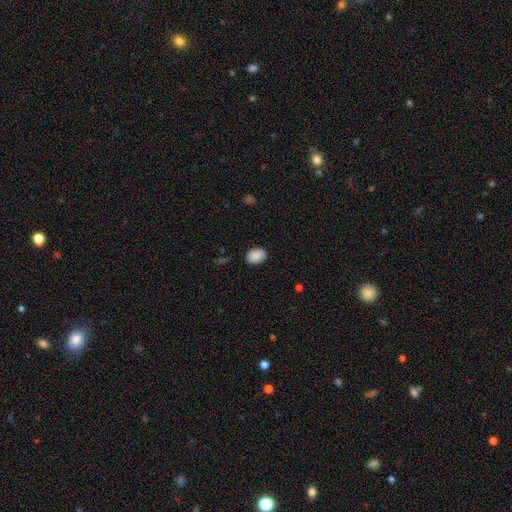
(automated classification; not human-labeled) This is clearly a smooth galaxy (89%). How rounded: likely in between (67%). Merging: clearly none (87%).